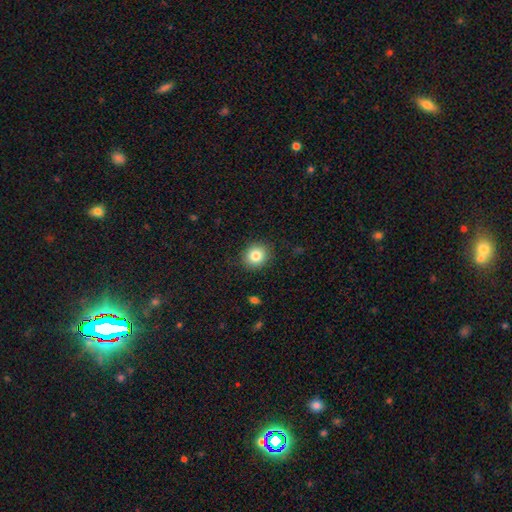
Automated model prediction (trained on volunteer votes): Smooth or featured: smooth — 83% (star or artifact — 10%)
How rounded: round — 81% (in between — 19%)
Merging: none — 89% (minor disturbance — 8%)